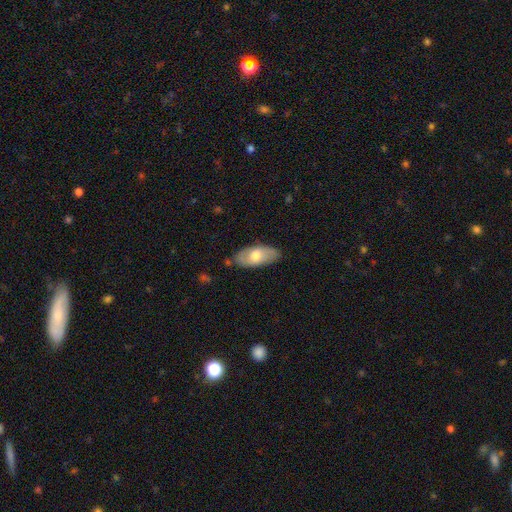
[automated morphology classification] The model was most divided on "smooth or featured": smooth: 60%, featured or disk: 35%, star or artifact: 5%. More confident: how rounded — in between (90%); merging — none (81%).